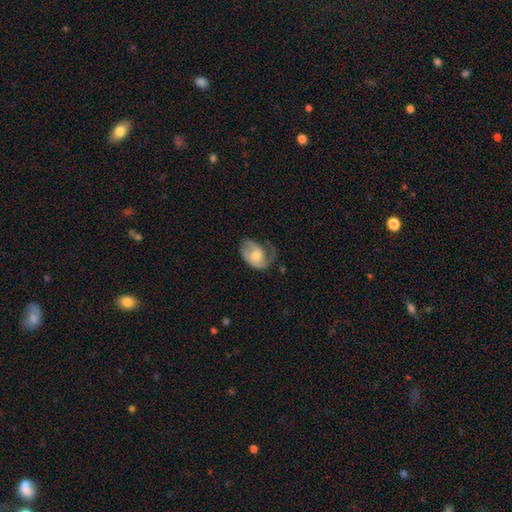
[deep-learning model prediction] featured or disk 66%, smooth 28%, star or artifact 6%. Down the decision tree: edge-on disk — no (97%); bar — no (74%); spiral arms — yes (86%); spiral arm count — 1 (47%); spiral winding — medium (39%); bulge size — moderate (60%); merging — none (39%).